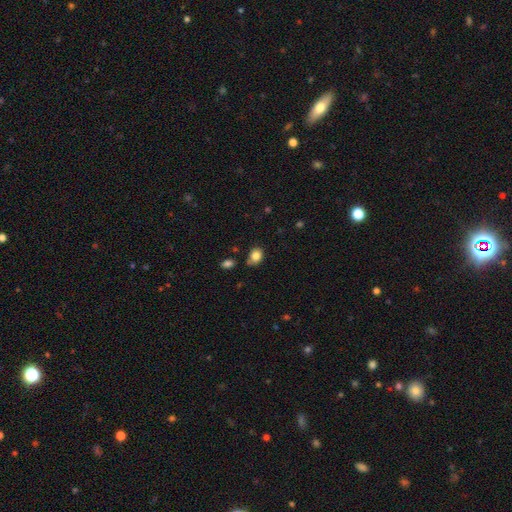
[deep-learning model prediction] A smooth galaxy with no disk features (84%) that is in between round and cigar-shaped (55%).

Vote fractions:
- Smooth or featured? smooth: 84% / star or artifact: 10% / featured or disk: 6%
- How rounded? in between: 55% / round: 44% / cigar-shaped: 1%
- Merging? none: 65% / minor disturbance: 23% / merger: 7% / major disturbance: 5%